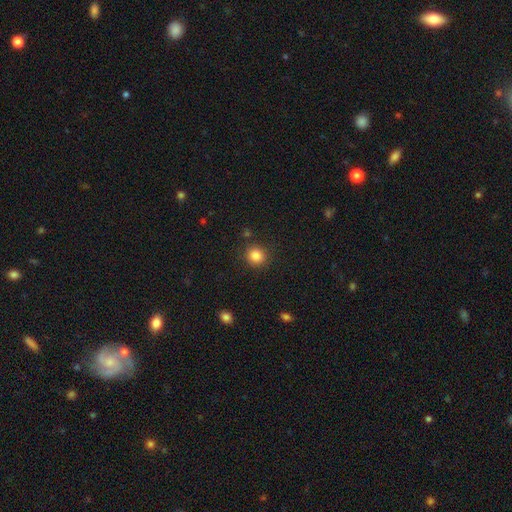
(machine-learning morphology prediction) type=smooth (85%); roundness=round (89%); merging=none (87%).